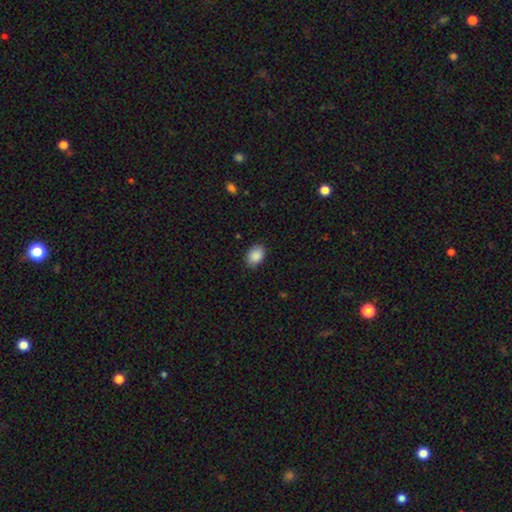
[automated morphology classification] smooth-or-featured: smooth: 89% | star or artifact: 7% | featured or disk: 3%
  how-rounded: in between: 79% | round: 20% | cigar-shaped: 1%
  merging: none: 84% | minor disturbance: 12% | major disturbance: 3% | merger: 1%